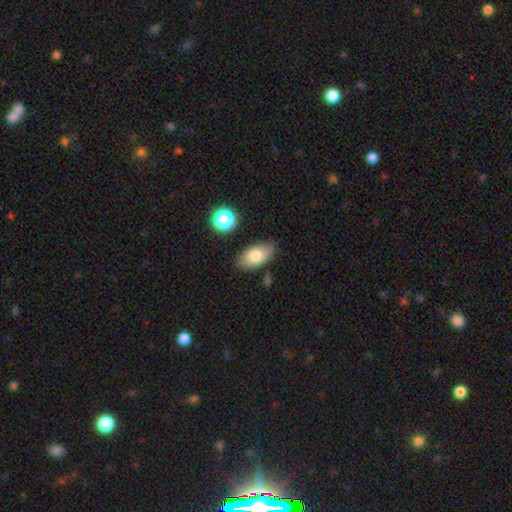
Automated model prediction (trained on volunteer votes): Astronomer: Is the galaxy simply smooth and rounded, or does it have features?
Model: smooth — 78%.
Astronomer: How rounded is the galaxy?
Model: in between — 93%.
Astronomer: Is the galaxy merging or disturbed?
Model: none — 79%.